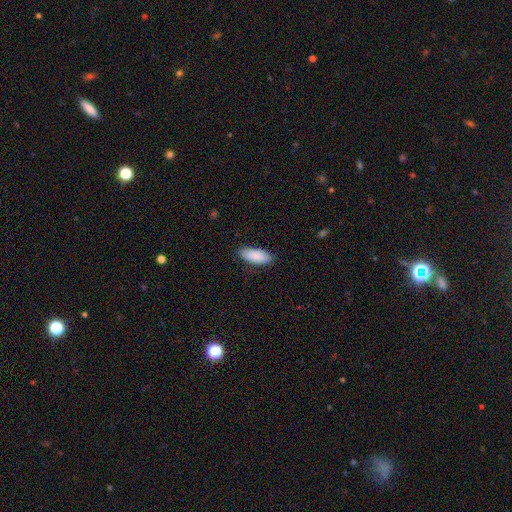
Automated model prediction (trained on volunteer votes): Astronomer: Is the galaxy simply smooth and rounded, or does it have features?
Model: smooth — 89%.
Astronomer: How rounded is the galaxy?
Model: in between — 84%.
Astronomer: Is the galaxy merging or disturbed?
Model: none — 84%.